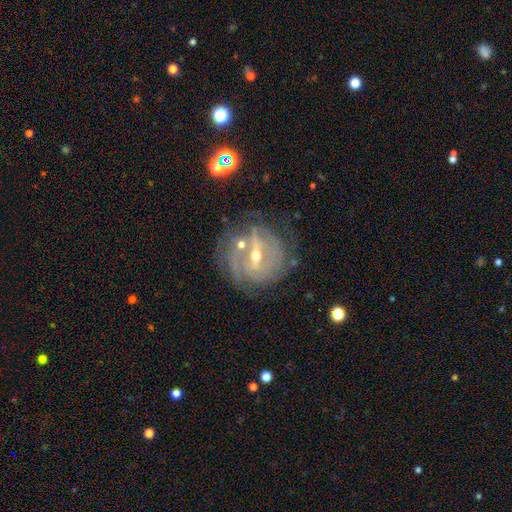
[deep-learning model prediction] Morphology: type=featured or disk (84%); edge-on=no (94%); bar=strong (45%); spiral arms=yes (89%); winding=tight (67%); arm count=can't tell (37%); bulge=moderate (49%); merging=none (67%).